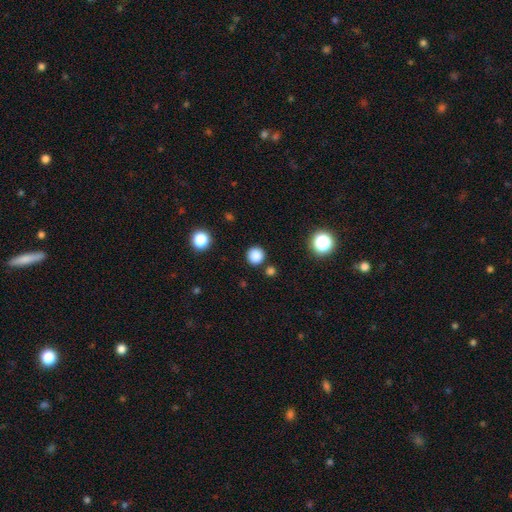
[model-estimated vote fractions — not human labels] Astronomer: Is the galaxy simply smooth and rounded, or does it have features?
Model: smooth — 84%.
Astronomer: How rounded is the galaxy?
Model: round — 94%.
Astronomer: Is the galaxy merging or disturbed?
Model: none — 88%.